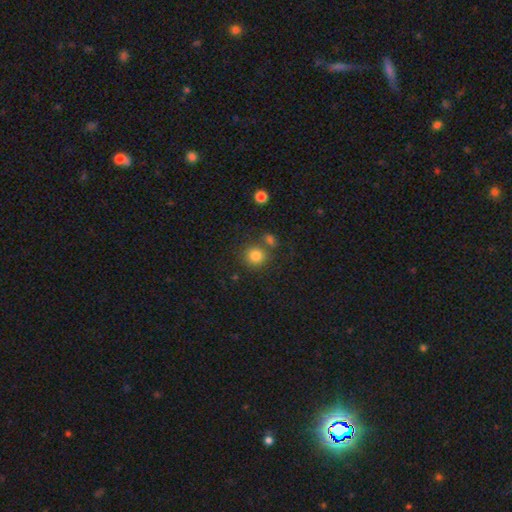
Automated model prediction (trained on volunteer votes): This appears to be a smooth galaxy with no disk features (82%) that is round (87%). Merging: none (69%).